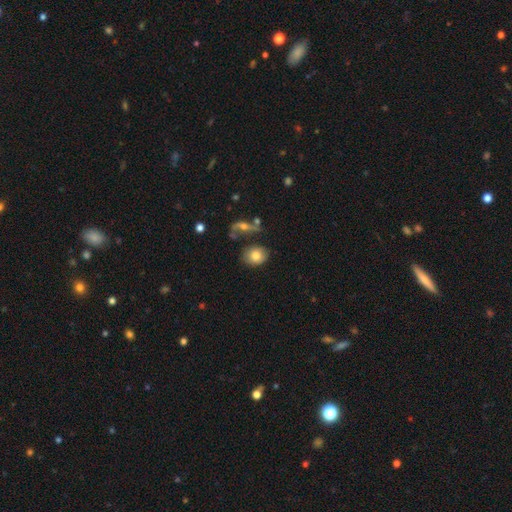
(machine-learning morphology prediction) Smooth or featured? Predicted: smooth (p=0.76). How rounded? Predicted: in between (p=0.55). Merging? Predicted: none (p=0.65).